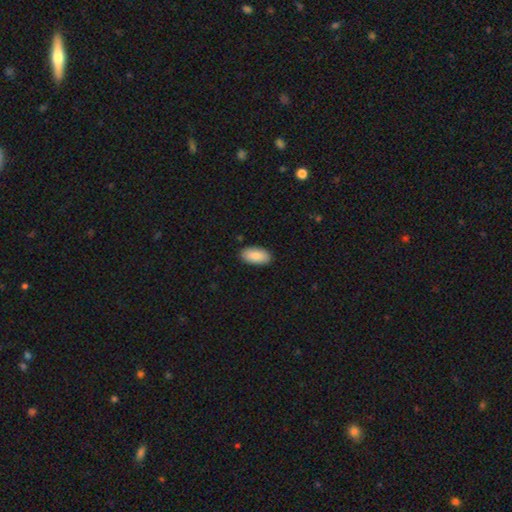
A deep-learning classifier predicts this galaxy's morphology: smooth 87%, featured or disk 7%, star or artifact 6%. Down the decision tree: how rounded — in between (94%); merging — none (89%).